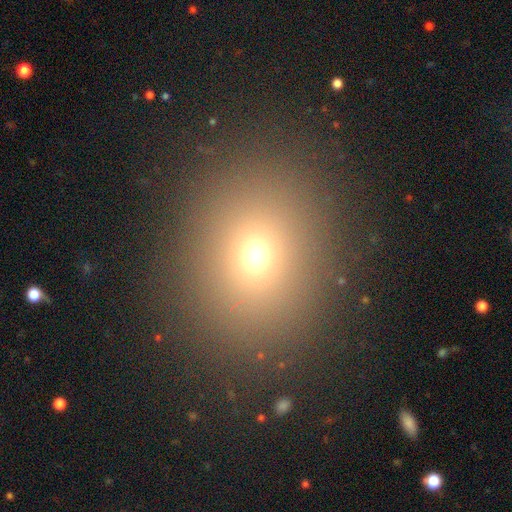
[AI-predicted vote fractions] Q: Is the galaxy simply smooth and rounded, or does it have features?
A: smooth — 69%.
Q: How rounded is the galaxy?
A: round — 68%.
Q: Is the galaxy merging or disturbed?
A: none — 88%.